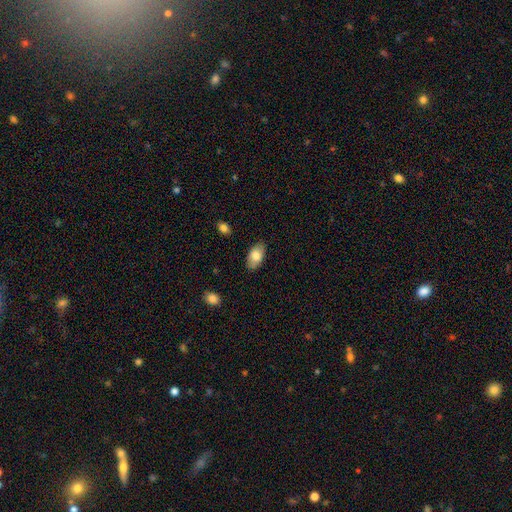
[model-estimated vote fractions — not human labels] Morphology: type=smooth (81%); roundness=in between (94%); merging=none (85%).